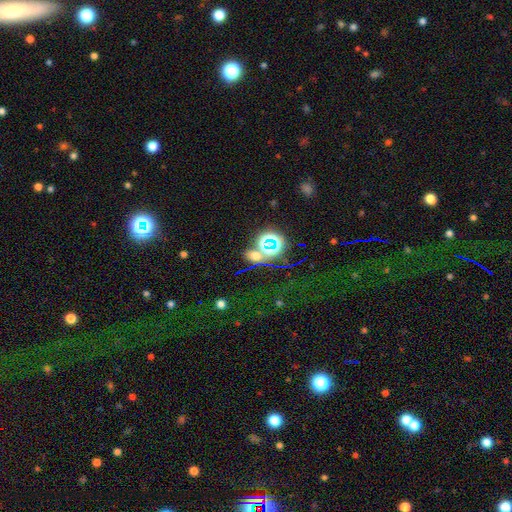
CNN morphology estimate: smooth-or-featured: star or artifact: 53% | smooth: 36% | featured or disk: 11%